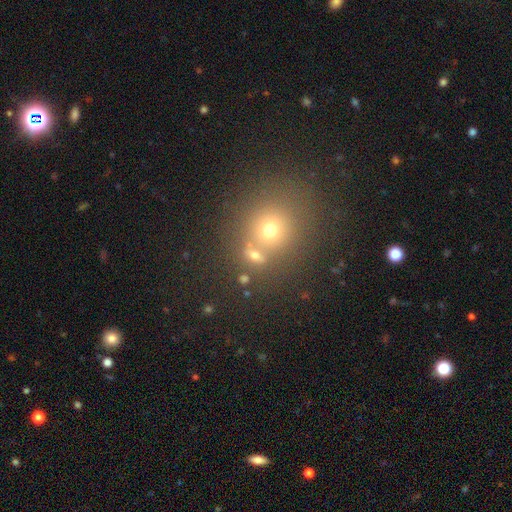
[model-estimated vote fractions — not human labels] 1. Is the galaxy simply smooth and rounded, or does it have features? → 63% smooth, 24% star or artifact, 13% featured or disk.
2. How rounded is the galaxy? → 77% round, 22% in between, 2% cigar-shaped.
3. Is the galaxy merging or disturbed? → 55% none, 31% merger, 9% minor disturbance, 5% major disturbance.